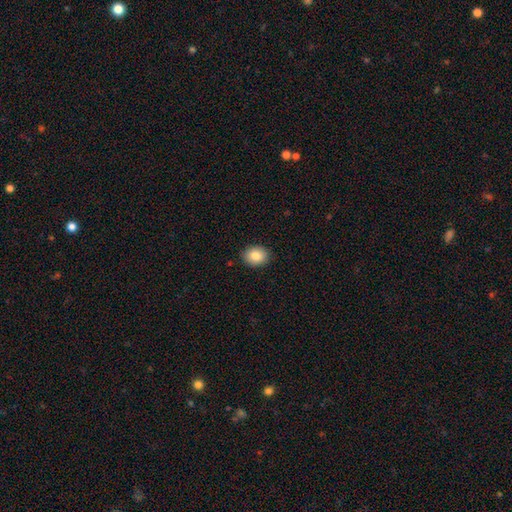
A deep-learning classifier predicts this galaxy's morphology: Overall: smooth (84%). How rounded: round (52%; in between 47%). Merging: none (90%).